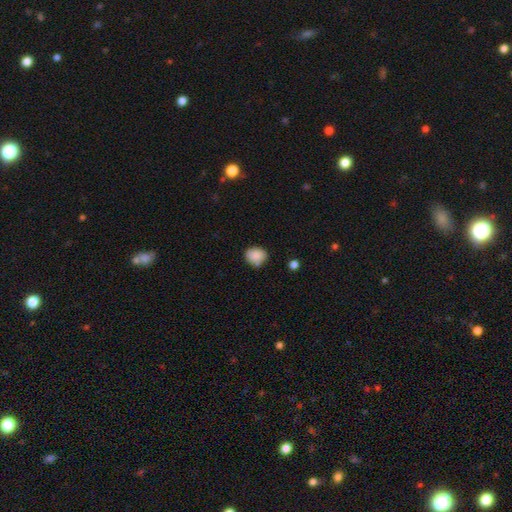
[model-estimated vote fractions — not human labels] This appears to be a smooth galaxy with no disk features (87%) that is round (55%). Merging: none (73%).